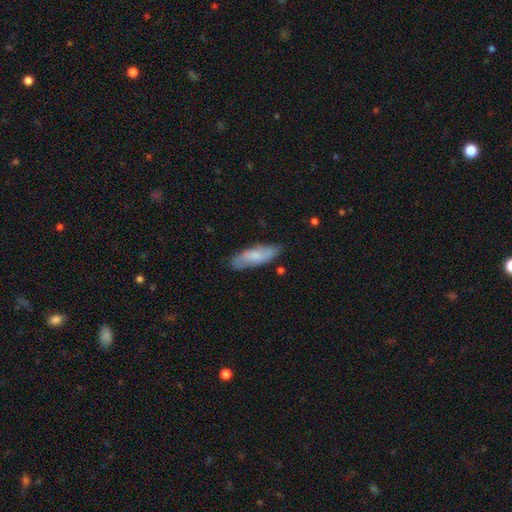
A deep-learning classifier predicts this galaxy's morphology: This appears to be a smooth galaxy with no disk features (66%) that is in between round and cigar-shaped (56%). Merging: none (74%).